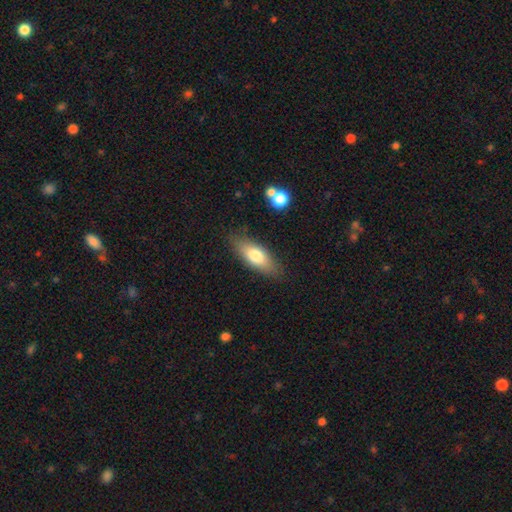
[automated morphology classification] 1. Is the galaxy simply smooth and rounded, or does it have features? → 72% smooth, 21% featured or disk, 7% star or artifact.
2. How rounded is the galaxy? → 70% in between, 27% cigar-shaped, 3% round.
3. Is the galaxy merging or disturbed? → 83% none, 12% minor disturbance, 3% major disturbance, 2% merger.